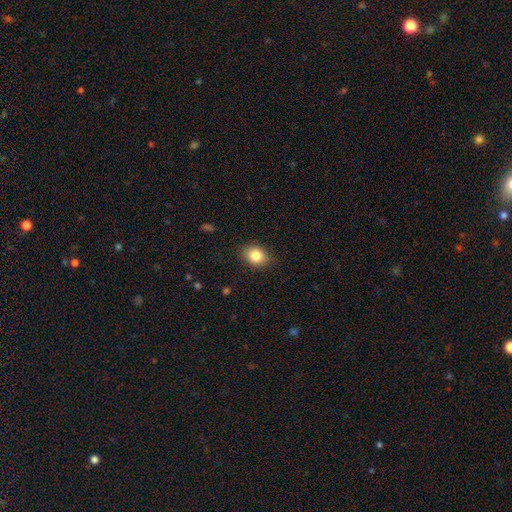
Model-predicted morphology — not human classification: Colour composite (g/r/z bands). It shows a smooth galaxy with no disk features (84%) that is in between round and cigar-shaped (54%). Merging: none (86%).